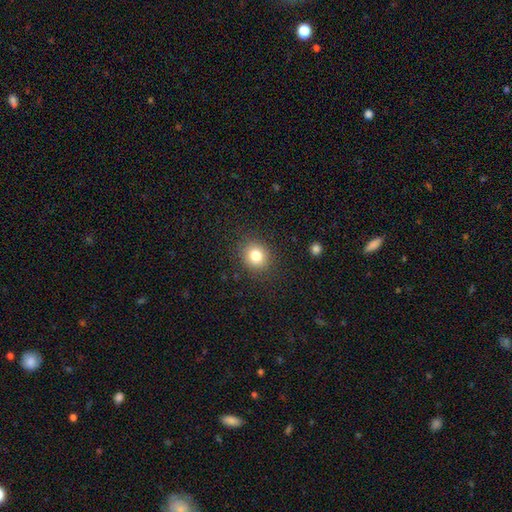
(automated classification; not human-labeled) Morphology: type=smooth (81%); roundness=round (77%); merging=none (87%).